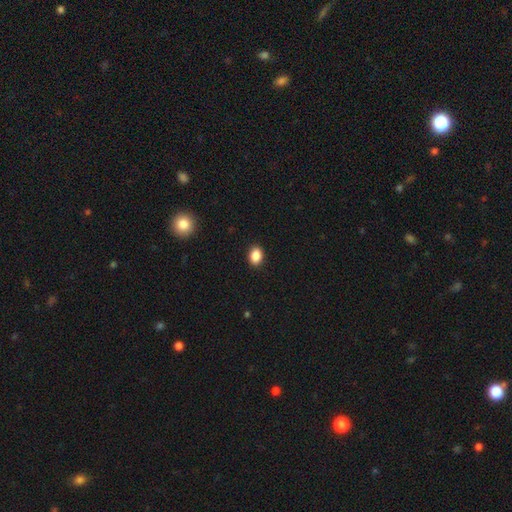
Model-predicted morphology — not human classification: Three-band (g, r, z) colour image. It shows a smooth galaxy with no disk features (88%) that is in between round and cigar-shaped (74%). Merging: none (90%).